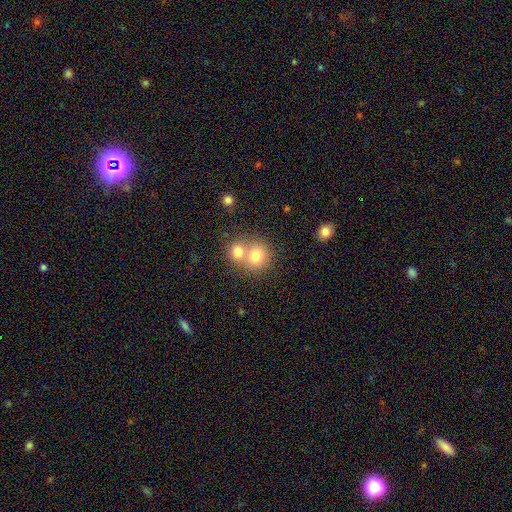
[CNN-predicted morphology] A smooth galaxy with no disk features (75%) that is round (84%).

Vote fractions:
- Smooth or featured? smooth: 75% / featured or disk: 14% / star or artifact: 11%
- How rounded? round: 84% / in between: 15% / cigar-shaped: 1%
- Merging? merger: 55% / none: 37% / minor disturbance: 5% / major disturbance: 2%